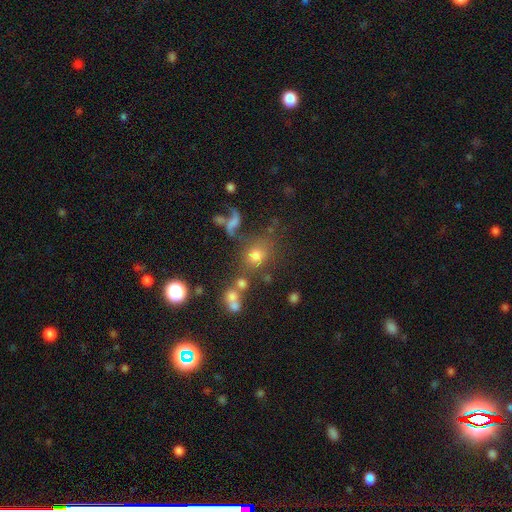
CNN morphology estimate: Smooth or featured: smooth — 64% (star or artifact — 21%)
How rounded: round — 71% (in between — 27%)
Merging: none — 58% (merger — 18%)